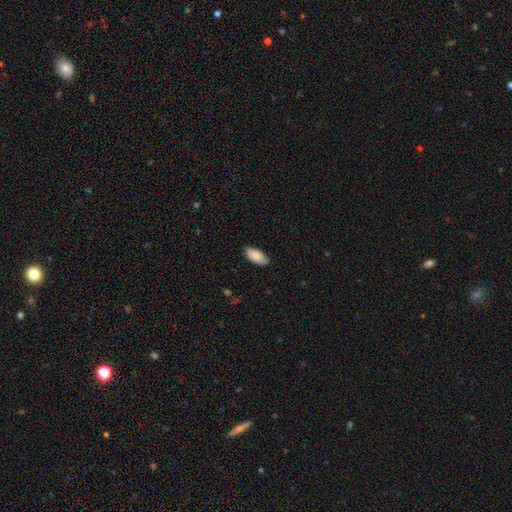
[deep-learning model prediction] A smooth galaxy with no disk features (87%) that is in between round and cigar-shaped (93%). Merging: none (83%).